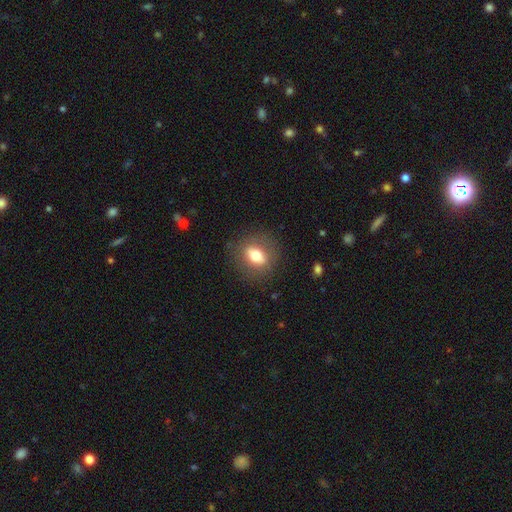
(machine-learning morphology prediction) smooth_or_featured: smooth (p=0.68) [alt: featured or disk p=0.23]
how_rounded: in between (p=0.56) [alt: round p=0.41]
merging: none (p=0.84) [alt: minor disturbance p=0.11]